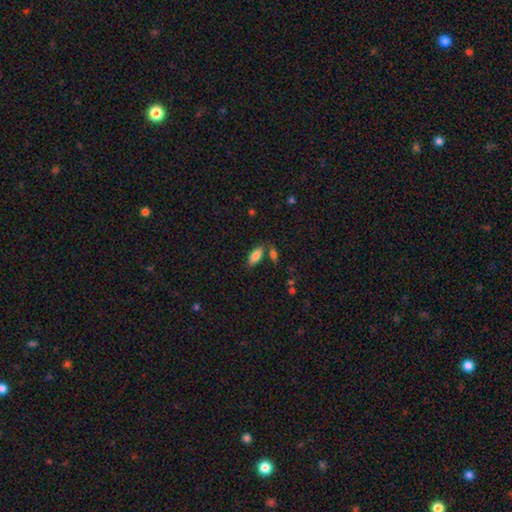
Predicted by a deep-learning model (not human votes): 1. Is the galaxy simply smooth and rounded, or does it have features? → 82% smooth, 11% featured or disk, 7% star or artifact.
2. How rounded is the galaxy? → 83% in between, 15% cigar-shaped, 2% round.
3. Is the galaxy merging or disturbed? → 72% none, 13% minor disturbance, 12% merger, 4% major disturbance.